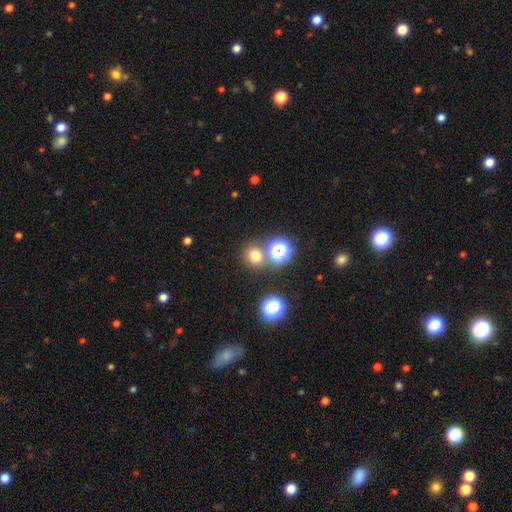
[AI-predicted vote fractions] smooth_or_featured: smooth (p=0.69) [alt: star or artifact p=0.24]
how_rounded: round (p=0.89) [alt: in between p=0.11]
merging: none (p=0.75) [alt: merger p=0.14]